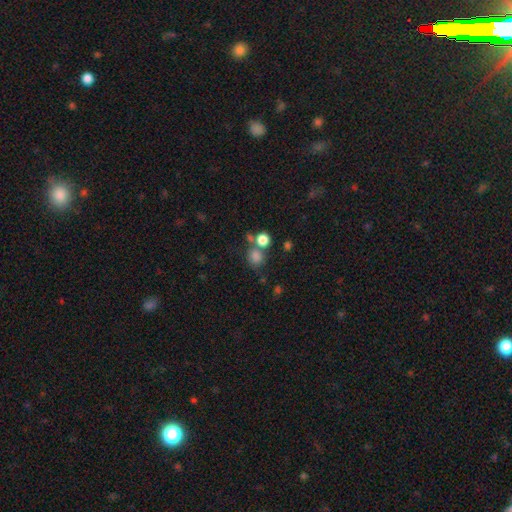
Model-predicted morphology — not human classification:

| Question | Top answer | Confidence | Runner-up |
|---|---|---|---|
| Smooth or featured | smooth | 78% | star or artifact (15%) |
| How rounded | round | 82% | in between (17%) |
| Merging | none | 59% | merger (26%) |